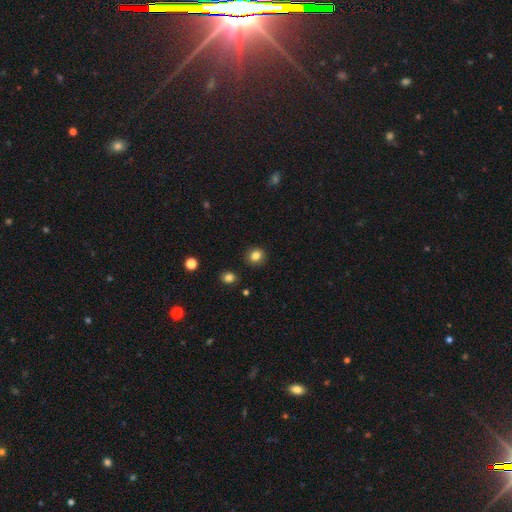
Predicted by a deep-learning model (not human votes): This appears to be a smooth galaxy with no disk features (84%) that is round (81%). Merging: none (89%).